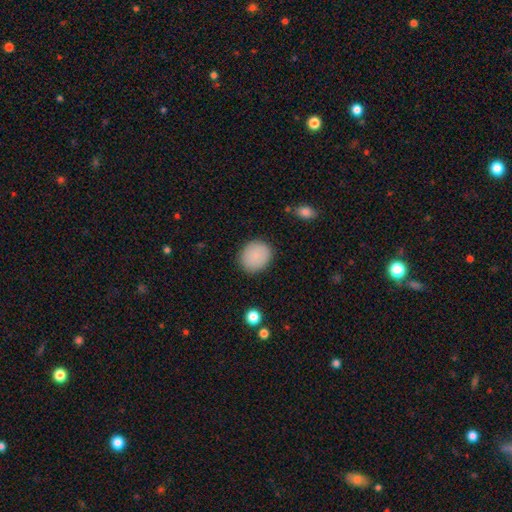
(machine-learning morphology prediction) type=smooth (87%); roundness=round (76%); merging=none (88%).